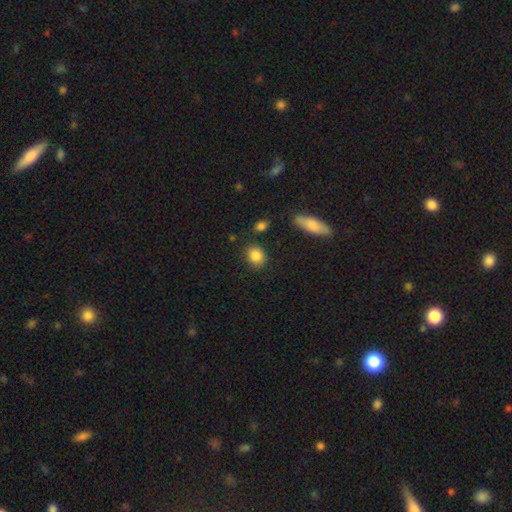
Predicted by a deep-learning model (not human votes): A smooth galaxy with no disk features (86%) that is round (61%). Merging: none (82%).